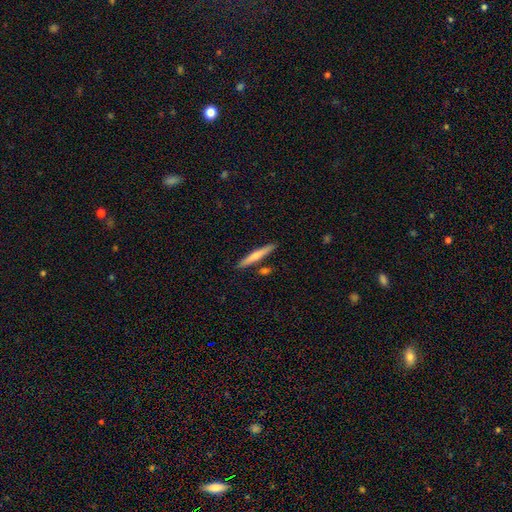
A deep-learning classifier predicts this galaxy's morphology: Overall: smooth (64%; featured or disk 30%). How rounded: cigar-shaped (94%). Merging: none (84%).